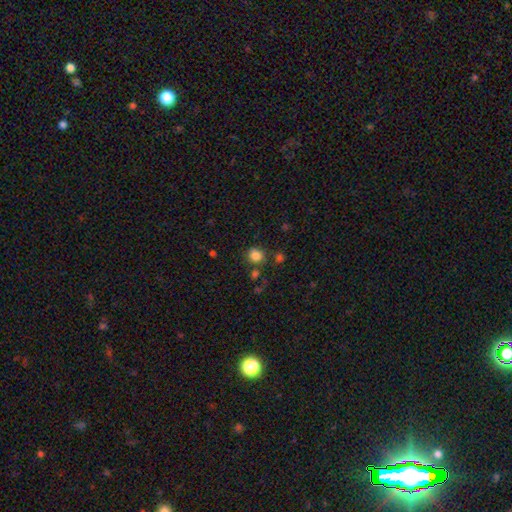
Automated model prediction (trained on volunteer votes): This appears to be a smooth galaxy with no disk features (83%) that is round (75%). Merging: none (75%).